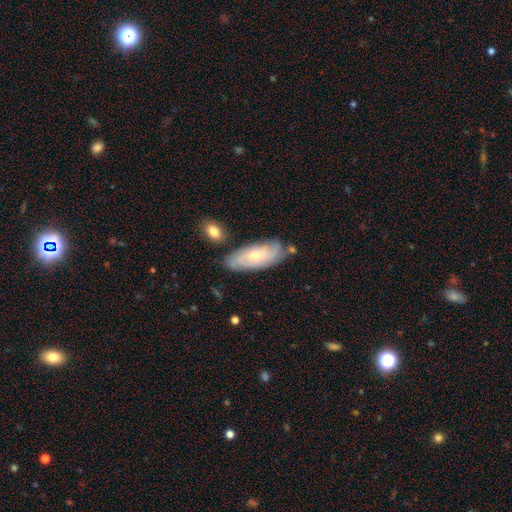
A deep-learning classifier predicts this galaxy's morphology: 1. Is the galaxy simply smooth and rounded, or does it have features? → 60% featured or disk, 33% smooth, 7% star or artifact.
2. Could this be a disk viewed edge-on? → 85% no, 15% yes.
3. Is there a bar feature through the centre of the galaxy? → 67% no, 28% weak, 5% strong.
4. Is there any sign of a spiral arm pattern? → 85% yes, 15% no.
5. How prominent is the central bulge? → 49% small, 47% moderate, 2% large, 1% none, 1% dominant.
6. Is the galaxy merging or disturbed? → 73% none, 18% minor disturbance, 5% merger, 4% major disturbance.